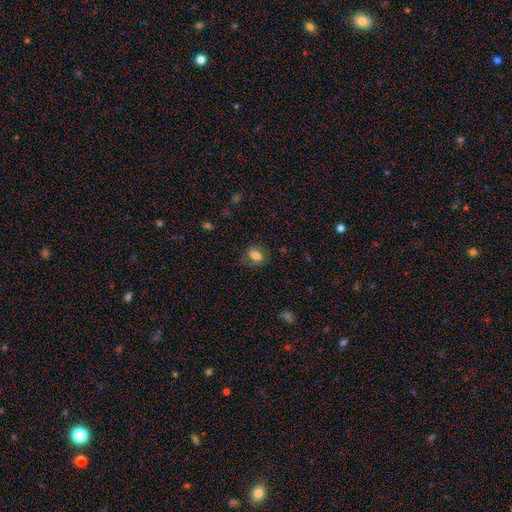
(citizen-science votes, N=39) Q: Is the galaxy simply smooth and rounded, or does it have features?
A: smooth — 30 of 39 (77%).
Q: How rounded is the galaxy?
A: in between — 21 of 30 (70%).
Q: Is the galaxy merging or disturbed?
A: none — 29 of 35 (83%).